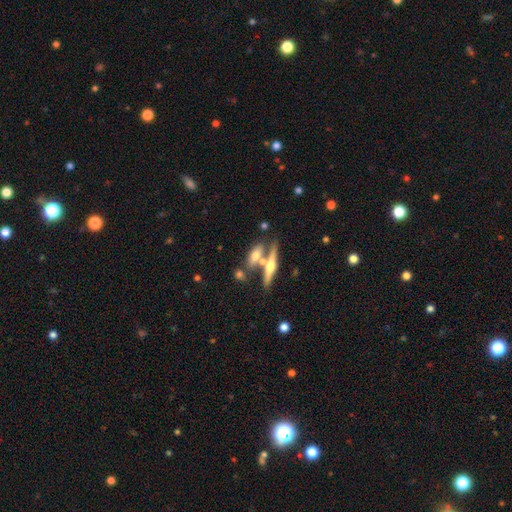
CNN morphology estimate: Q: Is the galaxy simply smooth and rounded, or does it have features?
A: smooth — 48%.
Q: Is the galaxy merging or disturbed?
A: none — 49%.